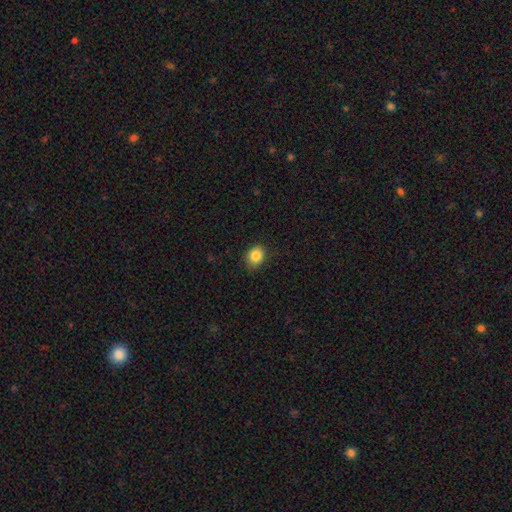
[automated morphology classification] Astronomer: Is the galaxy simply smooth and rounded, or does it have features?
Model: smooth — 85%.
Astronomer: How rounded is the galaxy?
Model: round — 58% (runner-up: in between, 41%).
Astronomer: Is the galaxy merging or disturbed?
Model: none — 83%.